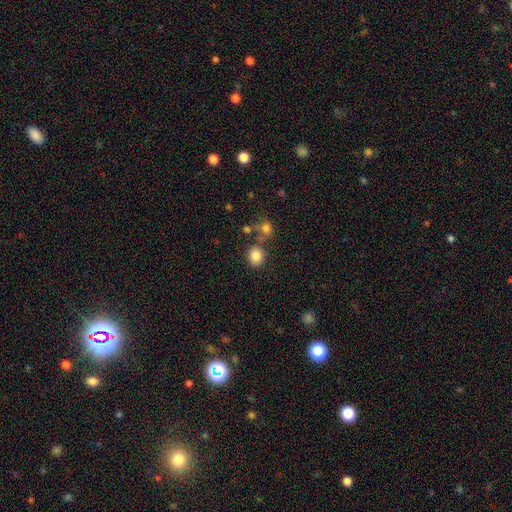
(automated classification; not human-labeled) A smooth galaxy with no disk features (84%) that is round (66%).

Vote fractions:
- Smooth or featured? smooth: 84% / star or artifact: 10% / featured or disk: 5%
- How rounded? round: 66% / in between: 33% / cigar-shaped: 1%
- Merging? none: 75% / minor disturbance: 11% / merger: 11% / major disturbance: 4%